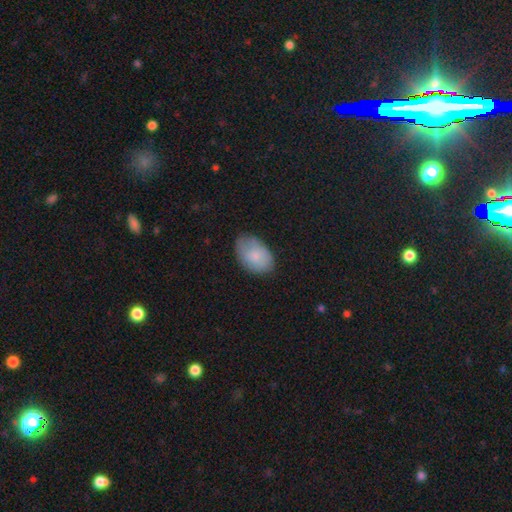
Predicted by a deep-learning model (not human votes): This appears to be a smooth galaxy with no disk features (79%) that is in between round and cigar-shaped (89%). Merging: none (67%).